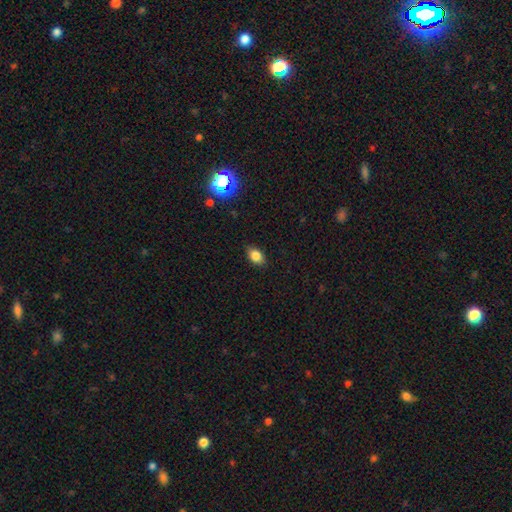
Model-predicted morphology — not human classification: The model was most divided on "how rounded": in between: 83%, round: 16%, cigar-shaped: 2%. More confident: merging — none (85%); smooth or featured — smooth (82%).